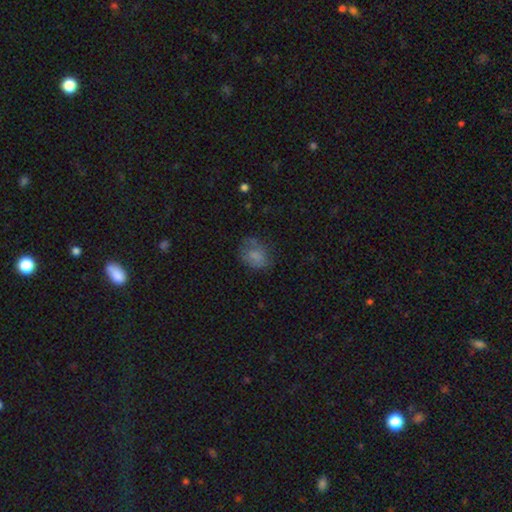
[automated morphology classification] type=smooth (71%); roundness=in between (51%); merging=none (53%).